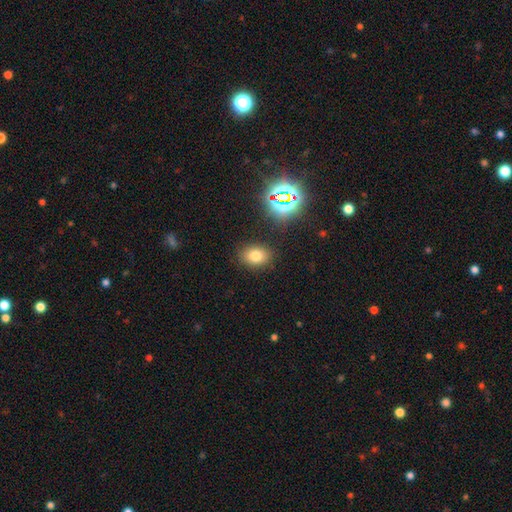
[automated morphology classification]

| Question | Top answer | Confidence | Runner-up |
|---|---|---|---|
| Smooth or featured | smooth | 73% | star or artifact (18%) |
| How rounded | in between | 69% | round (30%) |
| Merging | none | 86% | minor disturbance (9%) |